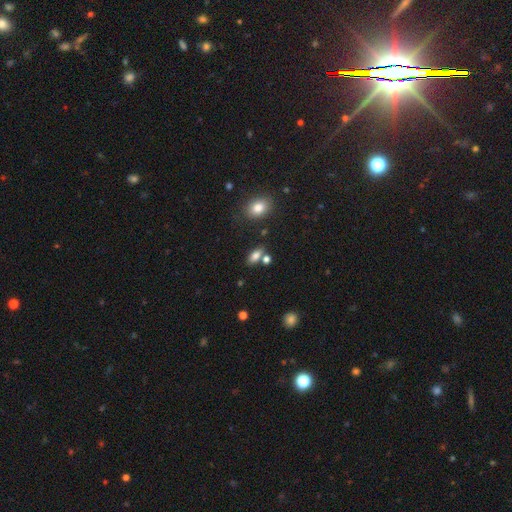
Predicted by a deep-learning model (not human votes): This appears to be a smooth galaxy with no disk features (79%) that is in between round and cigar-shaped (84%). Merging: none (65%).